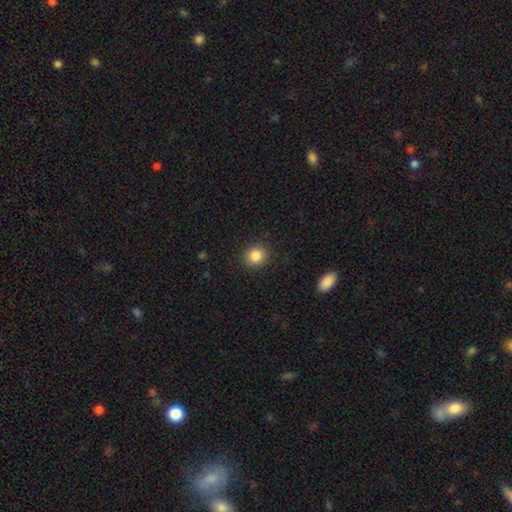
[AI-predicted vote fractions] The model was most divided on "how rounded": round: 79%, in between: 21%, cigar-shaped: 1%. More confident: merging — none (90%); smooth or featured — smooth (86%).